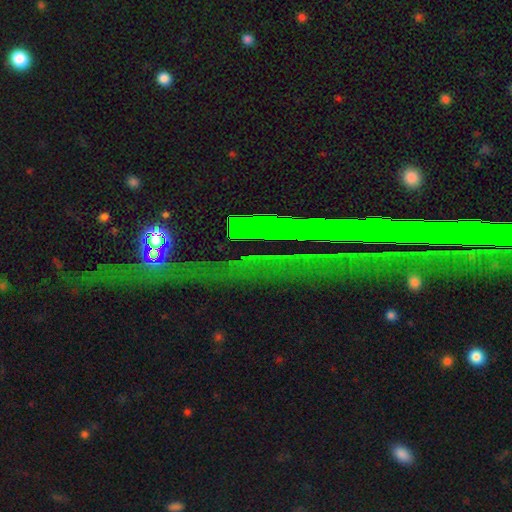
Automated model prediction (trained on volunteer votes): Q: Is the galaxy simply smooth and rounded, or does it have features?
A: star or artifact — 74%.